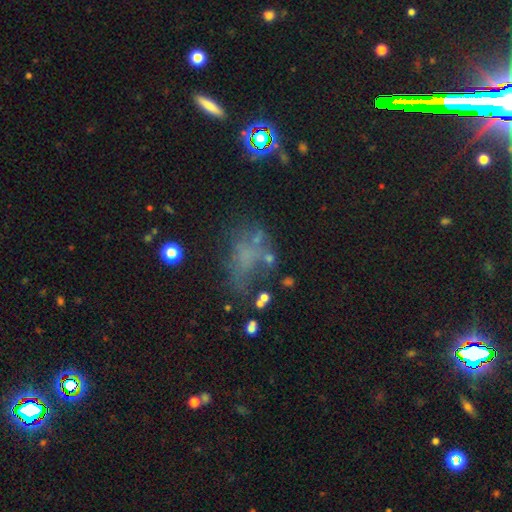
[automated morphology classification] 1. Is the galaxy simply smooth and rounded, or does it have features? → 35% smooth, 34% featured or disk, 30% star or artifact.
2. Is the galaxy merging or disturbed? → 40% none, 29% major disturbance, 20% minor disturbance, 11% merger.